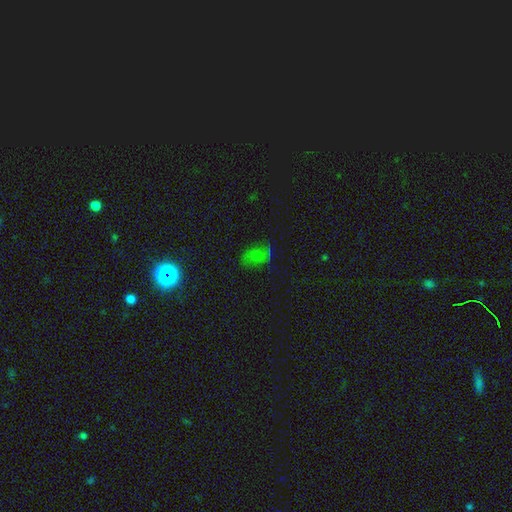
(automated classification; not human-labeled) A smooth galaxy with no disk features (51%) that is in between round and cigar-shaped (79%). Merging: none (56%).